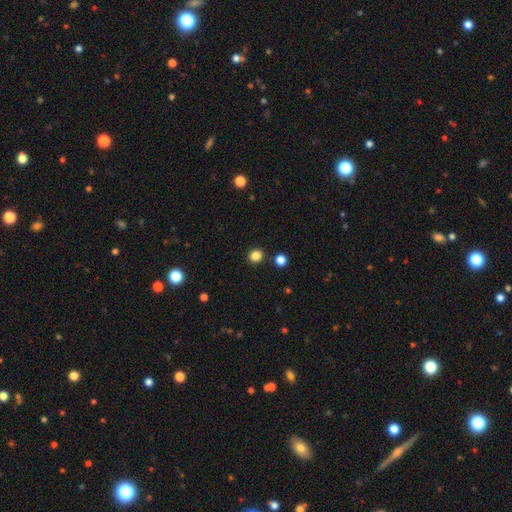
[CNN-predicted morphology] A smooth galaxy with no disk features (84%) that is round (82%). Merging: none (89%).